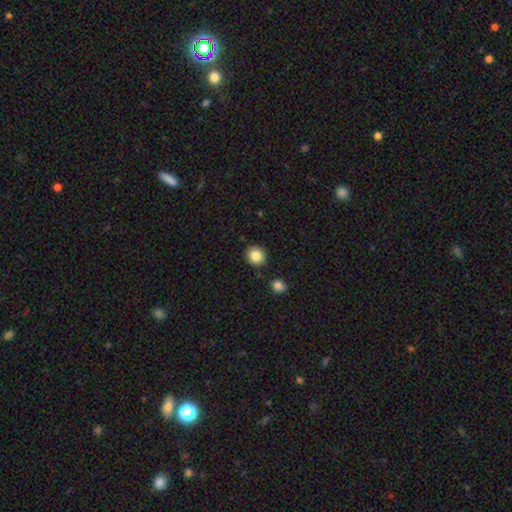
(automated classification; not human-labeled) smooth-or-featured: smooth: 84% | star or artifact: 9% | featured or disk: 6%
  how-rounded: round: 90% | in between: 9% | cigar-shaped: 1%
  merging: none: 89% | minor disturbance: 6% | merger: 3% | major disturbance: 2%